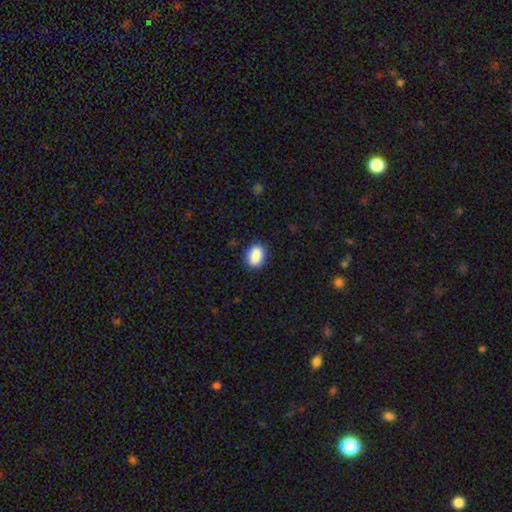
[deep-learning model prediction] This appears to be a smooth galaxy with no disk features (90%) that is in between round and cigar-shaped (74%). Merging: none (88%).